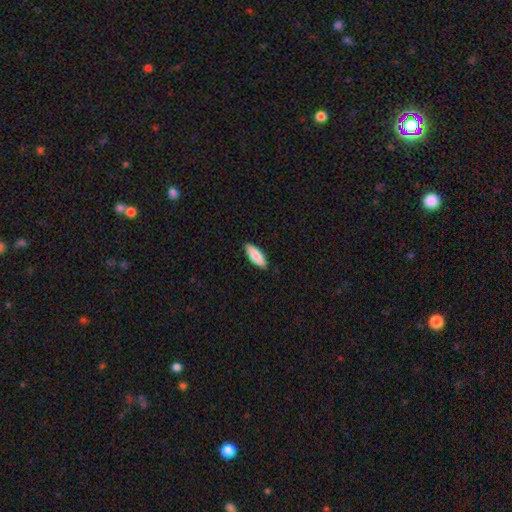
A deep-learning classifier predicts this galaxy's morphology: Smooth or featured? Predicted: smooth (p=0.81). How rounded? Predicted: in between (p=0.58). Merging? Predicted: none (p=0.90).